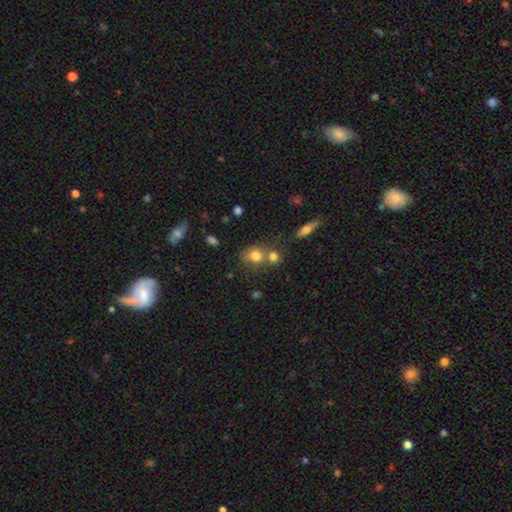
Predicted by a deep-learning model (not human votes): Smooth or featured: smooth — 77% (star or artifact — 12%)
How rounded: round — 69% (in between — 30%)
Merging: none — 48% (merger — 36%)